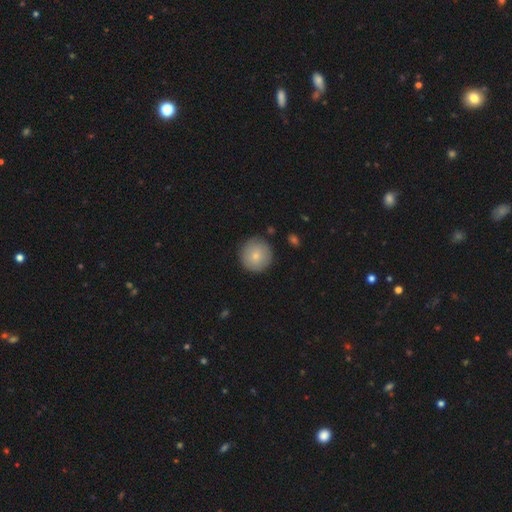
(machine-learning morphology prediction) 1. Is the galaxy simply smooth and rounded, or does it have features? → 79% smooth, 15% featured or disk, 7% star or artifact.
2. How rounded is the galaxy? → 96% round, 4% in between, 1% cigar-shaped.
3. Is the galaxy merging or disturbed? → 87% none, 9% minor disturbance, 2% major disturbance, 2% merger.